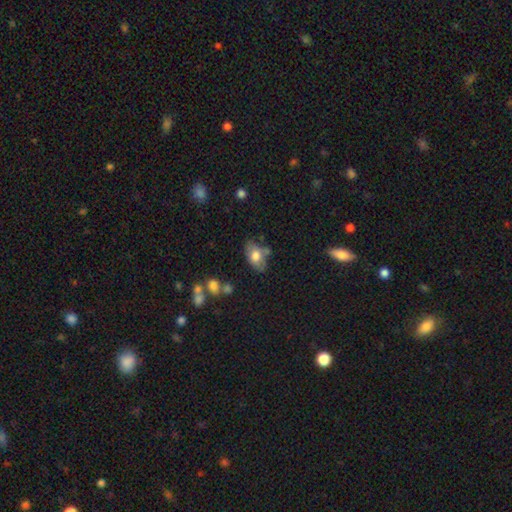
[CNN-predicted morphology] Smooth or featured? Predicted: smooth (p=0.68). How rounded? Predicted: in between (p=0.88). Merging? Predicted: none (p=0.53).